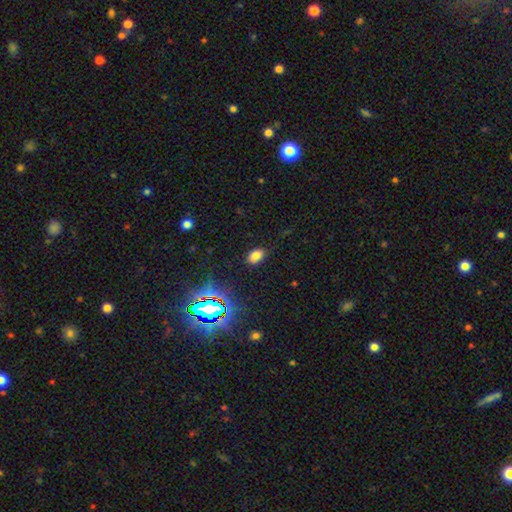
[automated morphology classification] smooth 74%, star or artifact 19%, featured or disk 7%. Down the decision tree: how rounded — in between (85%); merging — none (86%).